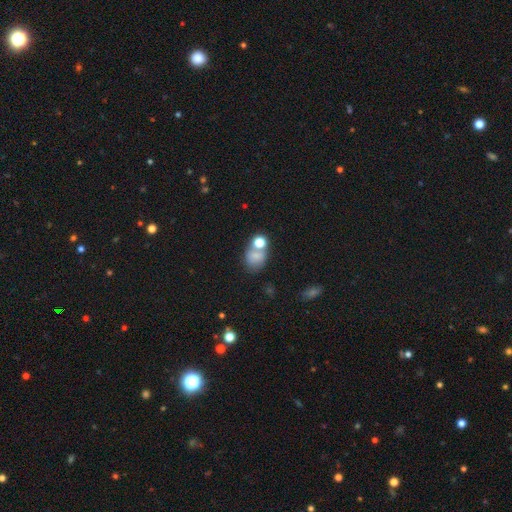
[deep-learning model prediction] The model was most divided on "how rounded": in between: 52%, round: 46%, cigar-shaped: 1%. Remaining: smooth or featured — smooth (70%); merging — none (44%).